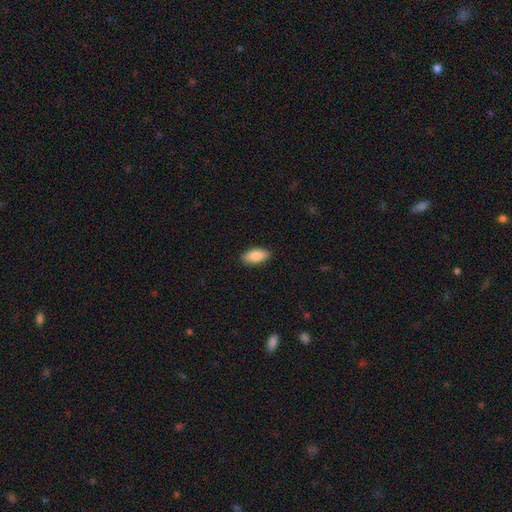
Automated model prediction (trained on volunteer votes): Smooth or featured? Predicted: smooth (p=0.88). How rounded? Predicted: in between (p=0.91). Merging? Predicted: none (p=0.89).